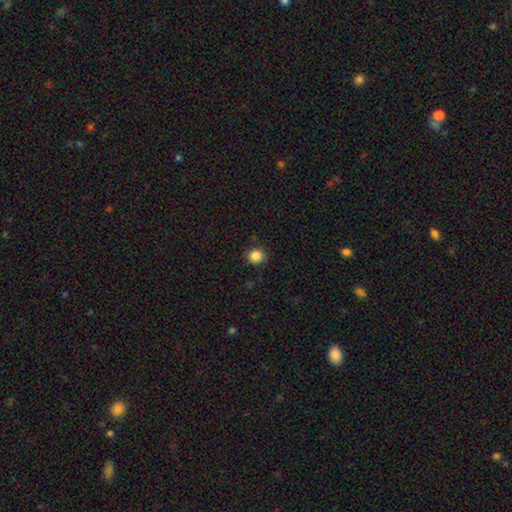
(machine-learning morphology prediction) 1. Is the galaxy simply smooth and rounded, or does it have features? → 86% smooth, 11% star or artifact, 3% featured or disk.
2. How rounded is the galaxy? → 88% round, 11% in between, 1% cigar-shaped.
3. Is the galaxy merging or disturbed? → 89% none, 7% minor disturbance, 2% major disturbance, 1% merger.